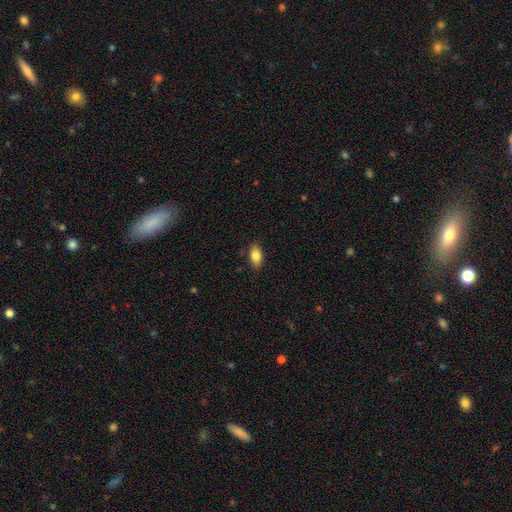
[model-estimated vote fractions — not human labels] smooth 83%, featured or disk 9%, star or artifact 7%. Down the decision tree: how rounded — in between (90%); merging — none (85%).